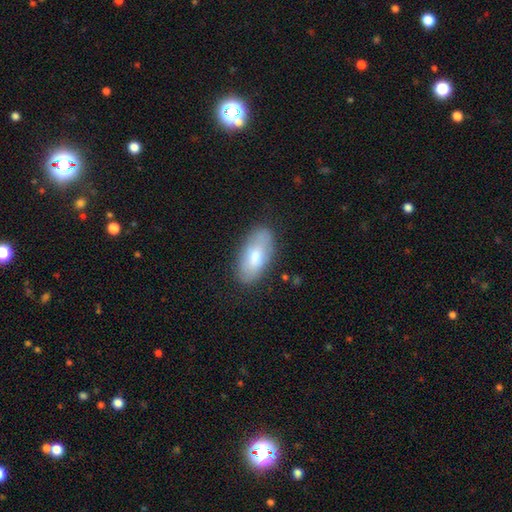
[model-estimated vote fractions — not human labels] Smooth or featured? Predicted: smooth (p=0.67). How rounded? Predicted: in between (p=0.91). Merging? Predicted: none (p=0.81).